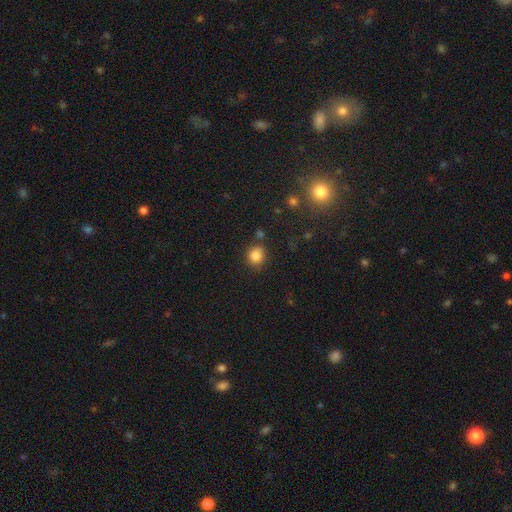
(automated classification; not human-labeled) A smooth galaxy with no disk features (83%) that is round (82%). Merging: none (80%).